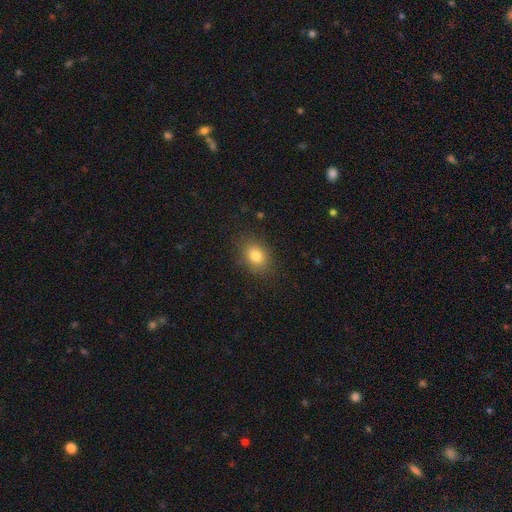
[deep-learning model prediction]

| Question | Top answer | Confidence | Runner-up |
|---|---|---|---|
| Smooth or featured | smooth | 81% | star or artifact (11%) |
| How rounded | in between | 59% | round (39%) |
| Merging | none | 84% | minor disturbance (11%) |